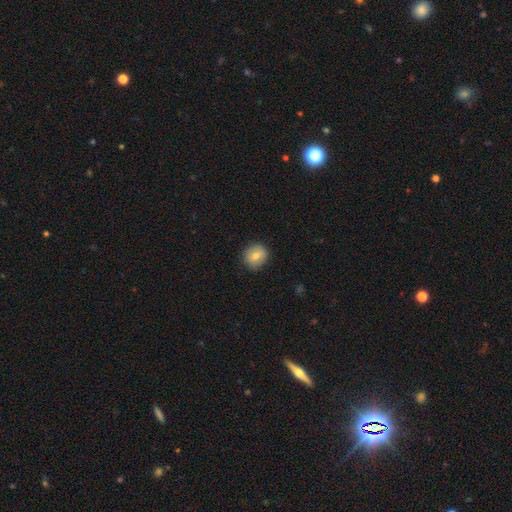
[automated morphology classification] smooth 70%, featured or disk 21%, star or artifact 9%. Down the decision tree: how rounded — round (85%); merging — none (87%).